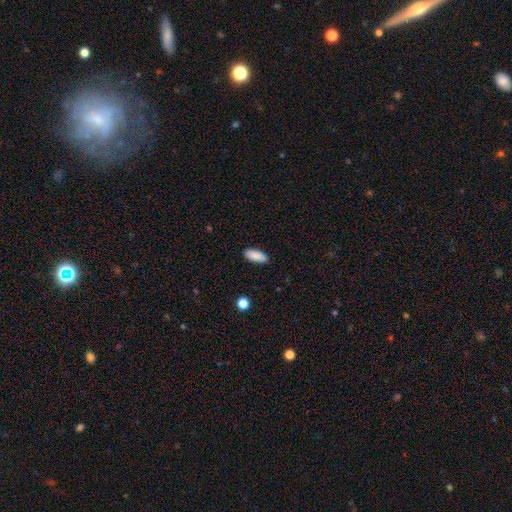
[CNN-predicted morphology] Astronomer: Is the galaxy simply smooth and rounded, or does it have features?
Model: smooth — 88%.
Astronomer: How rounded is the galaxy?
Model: in between — 81%.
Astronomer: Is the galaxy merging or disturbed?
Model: none — 88%.